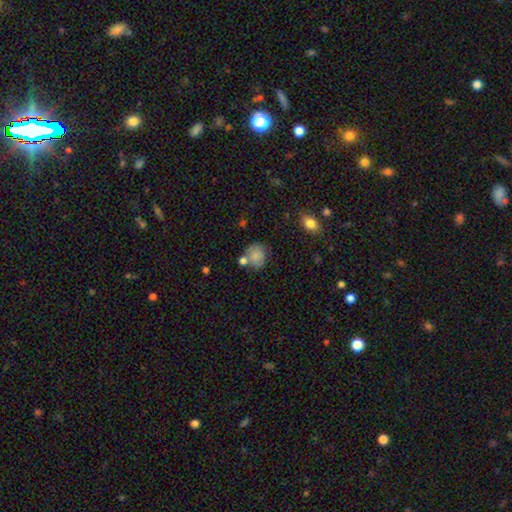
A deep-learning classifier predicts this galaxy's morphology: A smooth galaxy with no disk features (79%) that is round (68%).

Vote fractions:
- Smooth or featured? smooth: 79% / featured or disk: 12% / star or artifact: 9%
- How rounded? round: 68% / in between: 31% / cigar-shaped: 1%
- Merging? none: 53% / merger: 21% / minor disturbance: 19% / major disturbance: 7%